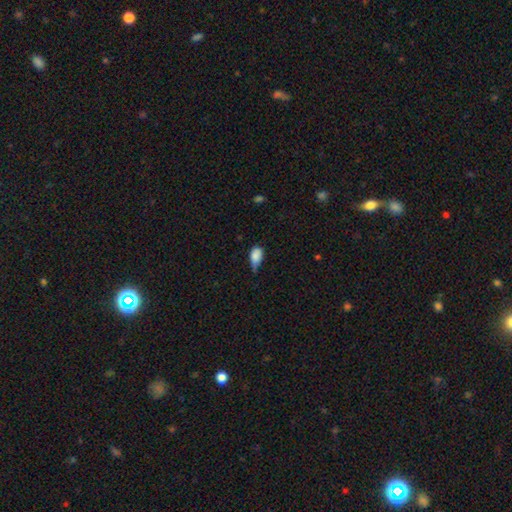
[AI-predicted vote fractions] Overall: smooth (83%). How rounded: in between (89%). Merging: minor disturbance (52%; none 30%).